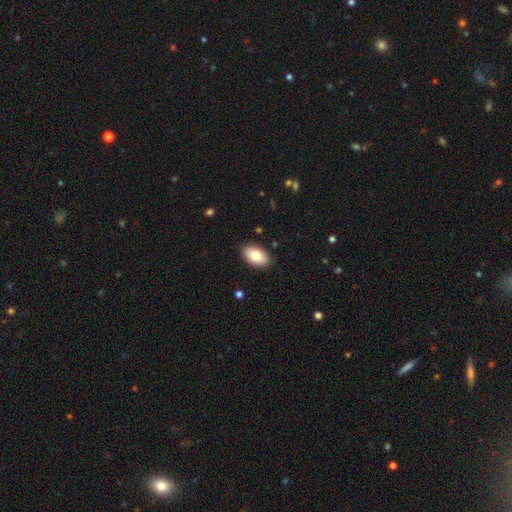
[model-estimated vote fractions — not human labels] Smooth or featured?
  - smooth: 81% *
  - featured or disk: 12%
  - star or artifact: 7%
How rounded?
  - in between: 94% *
  - round: 4%
  - cigar-shaped: 2%
Merging?
  - none: 89% *
  - minor disturbance: 8%
  - major disturbance: 2%
  - merger: 1%